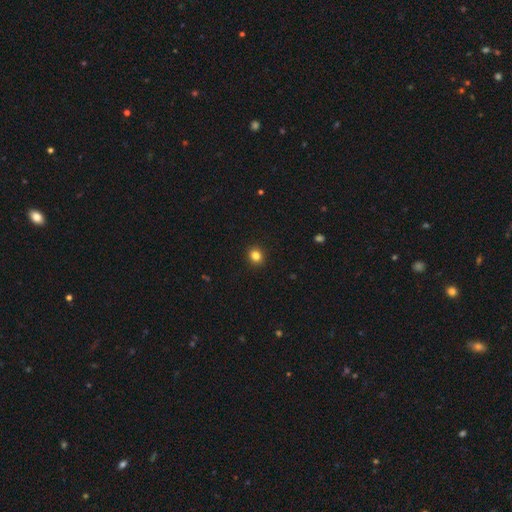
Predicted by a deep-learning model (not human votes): smooth-or-featured: smooth: 84% | star or artifact: 12% | featured or disk: 5%
  how-rounded: round: 82% | in between: 17% | cigar-shaped: 1%
  merging: none: 93% | minor disturbance: 5% | major disturbance: 2% | merger: 1%